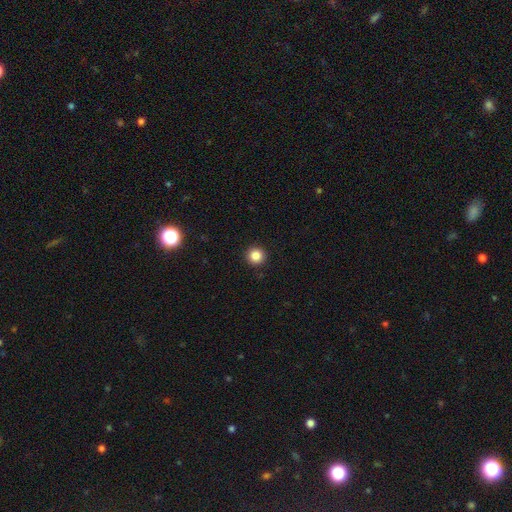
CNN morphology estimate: A smooth galaxy with no disk features (86%) that is round (96%).

Vote fractions:
- Smooth or featured? smooth: 86% / star or artifact: 11% / featured or disk: 3%
- How rounded? round: 96% / in between: 3% / cigar-shaped: 1%
- Merging? none: 93% / minor disturbance: 4% / major disturbance: 2% / merger: 1%